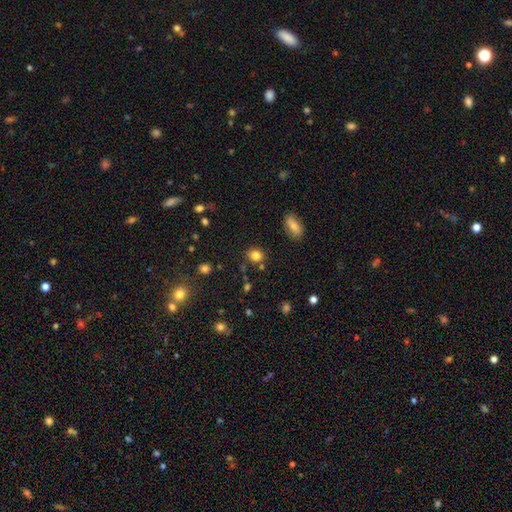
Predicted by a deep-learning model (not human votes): Smooth or featured?
  - smooth: 82% *
  - star or artifact: 12%
  - featured or disk: 6%
How rounded?
  - round: 70% *
  - in between: 29%
  - cigar-shaped: 1%
Merging?
  - none: 83% *
  - minor disturbance: 10%
  - merger: 4%
  - major disturbance: 3%